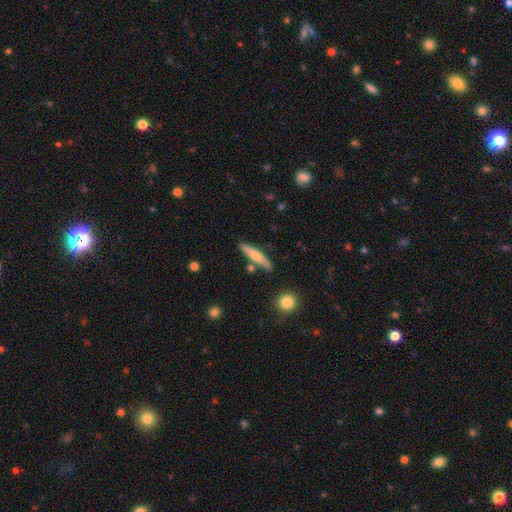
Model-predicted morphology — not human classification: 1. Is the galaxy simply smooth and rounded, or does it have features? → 59% smooth, 35% featured or disk, 6% star or artifact.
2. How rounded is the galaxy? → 87% cigar-shaped, 11% in between, 2% round.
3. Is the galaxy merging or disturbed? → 80% none, 11% minor disturbance, 7% merger, 2% major disturbance.